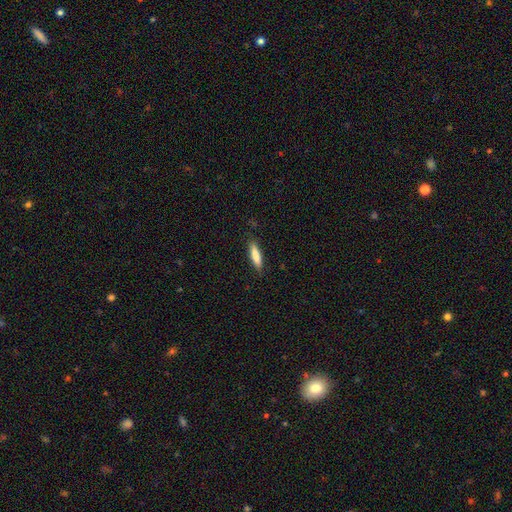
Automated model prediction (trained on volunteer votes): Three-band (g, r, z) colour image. It shows a smooth galaxy with no disk features (82%) that is cigar-shaped (75%). Merging: none (86%).